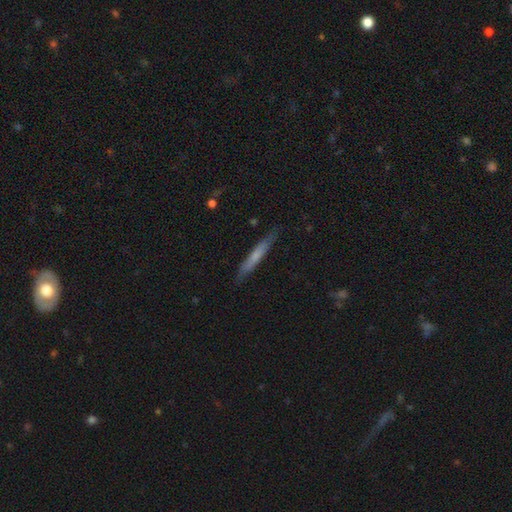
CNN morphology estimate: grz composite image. It shows a smooth galaxy with no disk features (57%) that is cigar-shaped (95%). Merging: none (85%).